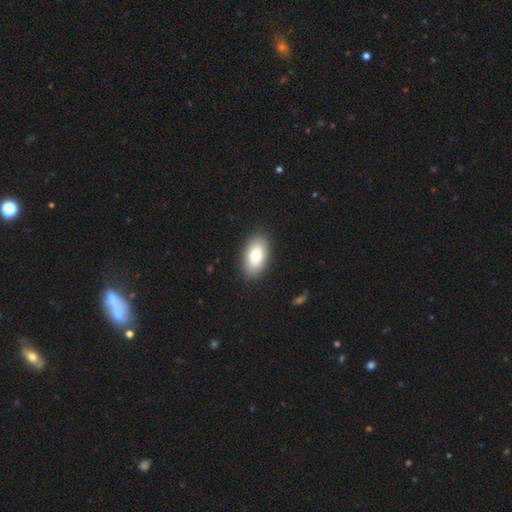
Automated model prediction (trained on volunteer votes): Q: Smooth or featured?
A: smooth (80%); runner-up: featured or disk (13%)
Q: How rounded?
A: in between (93%); runner-up: round (5%)
Q: Merging?
A: none (89%); runner-up: minor disturbance (8%)